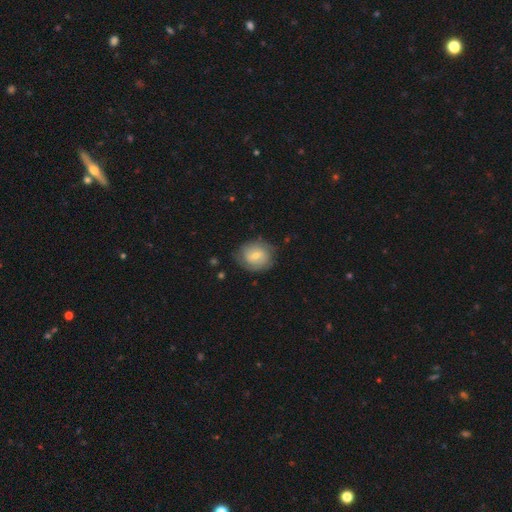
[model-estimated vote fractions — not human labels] A featured or disk galaxy (54%) with a weak bar (49%), spiral arms (75%) and a moderate central bulge (51%). Merging: none (71%).